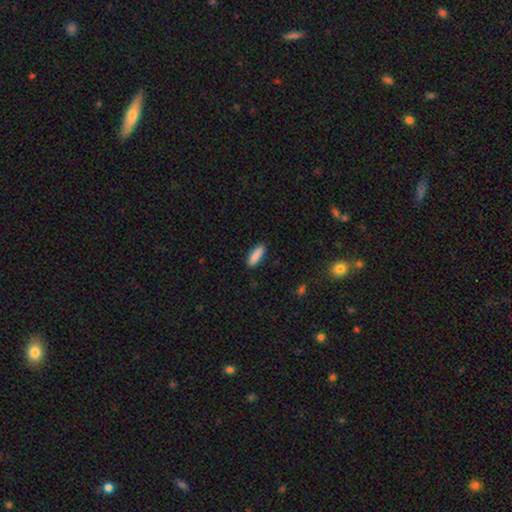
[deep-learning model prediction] The model was most divided on "how rounded": in between: 53%, cigar-shaped: 45%, round: 2%. More confident: smooth or featured — smooth (89%); merging — none (87%).